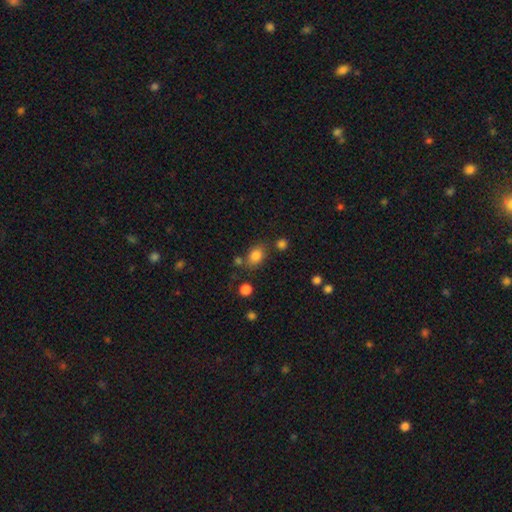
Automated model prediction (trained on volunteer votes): Q: Smooth or featured?
A: smooth (83%); runner-up: star or artifact (11%)
Q: How rounded?
A: in between (62%); runner-up: round (37%)
Q: Merging?
A: none (69%); runner-up: minor disturbance (15%)